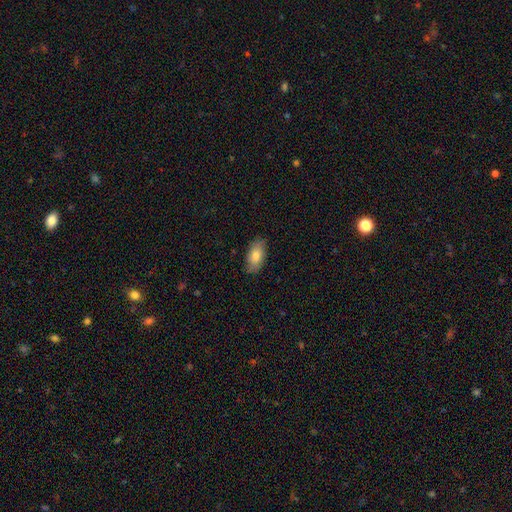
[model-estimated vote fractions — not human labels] A smooth galaxy with no disk features (79%) that is in between round and cigar-shaped (90%). Merging: none (85%).